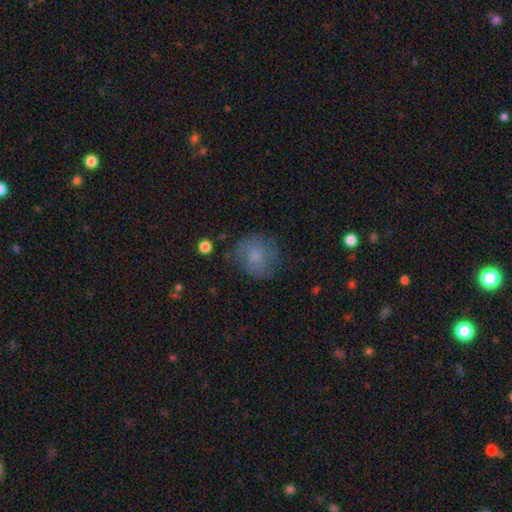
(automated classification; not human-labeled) This appears to be a smooth galaxy with no disk features (70%) that is round (87%). Merging: none (71%).